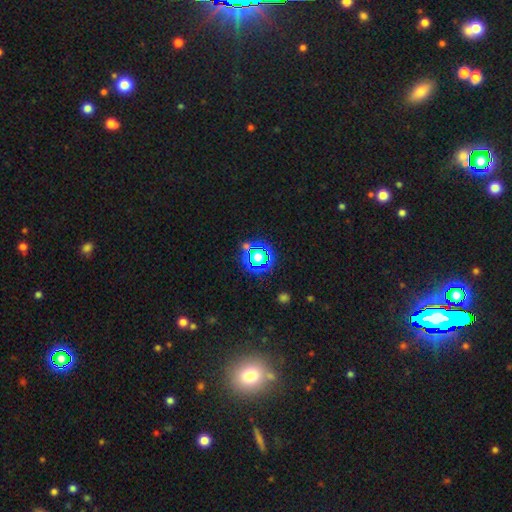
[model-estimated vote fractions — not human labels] This appears to be a star or artifact, not a galaxy (60%).